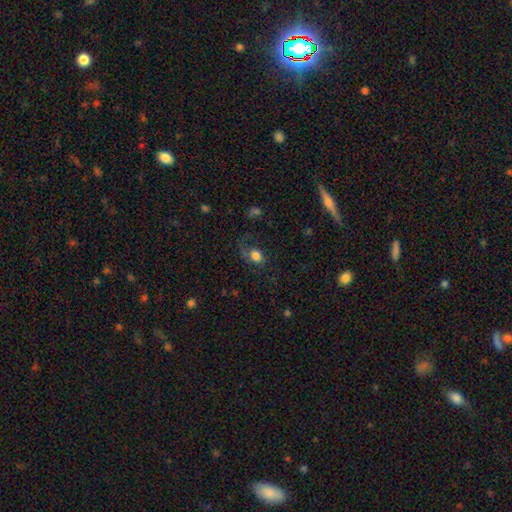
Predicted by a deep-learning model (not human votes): Q: Smooth or featured?
A: smooth (75%); runner-up: featured or disk (15%)
Q: How rounded?
A: in between (63%); runner-up: round (35%)
Q: Merging?
A: none (47%); runner-up: major disturbance (27%)